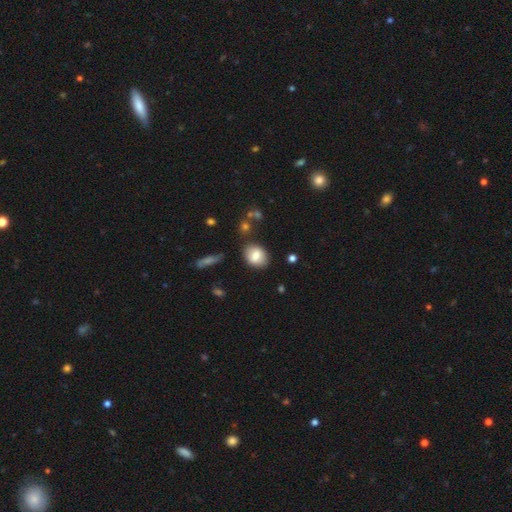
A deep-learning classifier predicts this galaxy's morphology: The model was most divided on "how rounded": in between: 62%, round: 36%, cigar-shaped: 1%. More confident: merging — none (81%); smooth or featured — smooth (79%).